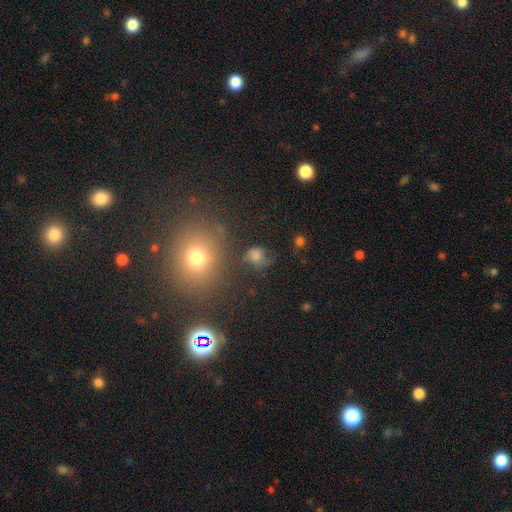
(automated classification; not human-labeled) The model was most divided on "smooth or featured": smooth: 62%, star or artifact: 23%, featured or disk: 15%. More confident: how rounded — round (72%); merging — none (62%).